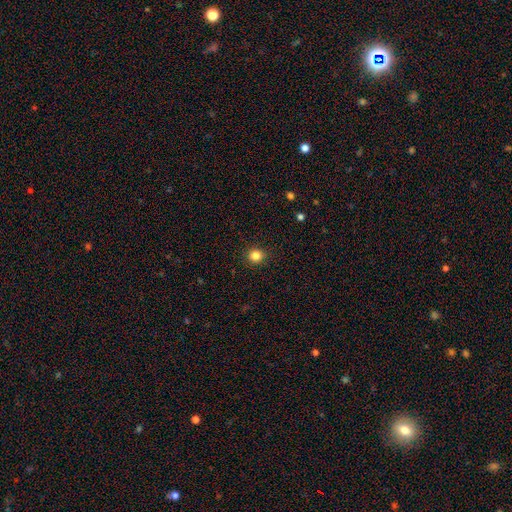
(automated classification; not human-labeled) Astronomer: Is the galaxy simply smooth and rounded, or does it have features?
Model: smooth — 84%.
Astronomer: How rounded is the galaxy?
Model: round — 87%.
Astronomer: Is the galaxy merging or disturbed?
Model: none — 91%.